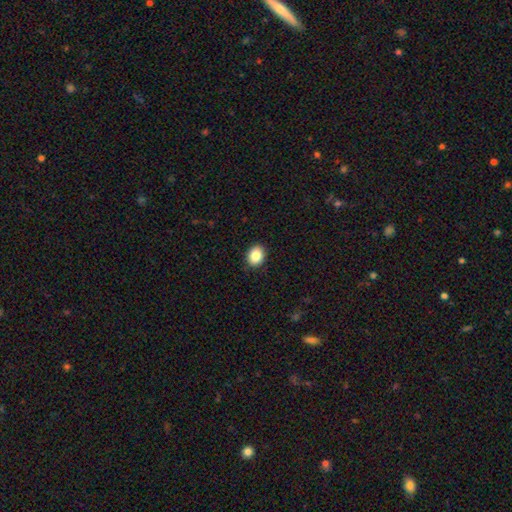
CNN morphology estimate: Overall: smooth (86%). How rounded: in between (52%; round 47%). Merging: none (90%).